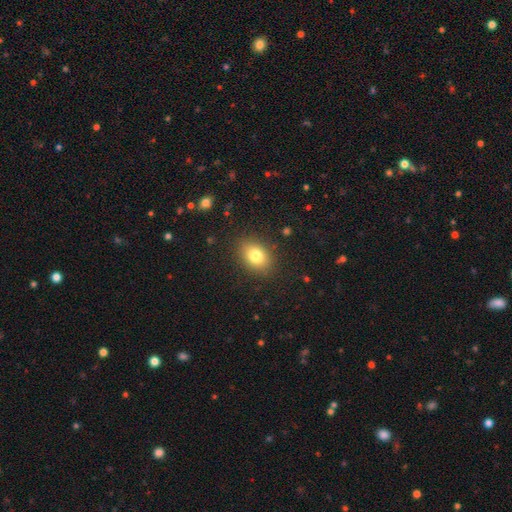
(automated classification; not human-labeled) The model was most divided on "how rounded": in between: 71%, round: 28%, cigar-shaped: 1%. More confident: merging — none (86%); smooth or featured — smooth (80%).